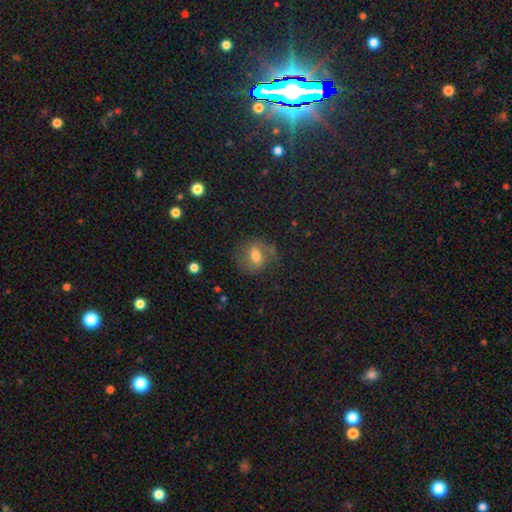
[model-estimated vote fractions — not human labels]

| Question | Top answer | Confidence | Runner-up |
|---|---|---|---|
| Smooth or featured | smooth | 55% | featured or disk (31%) |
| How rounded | round | 56% | in between (42%) |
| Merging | none | 69% | minor disturbance (19%) |